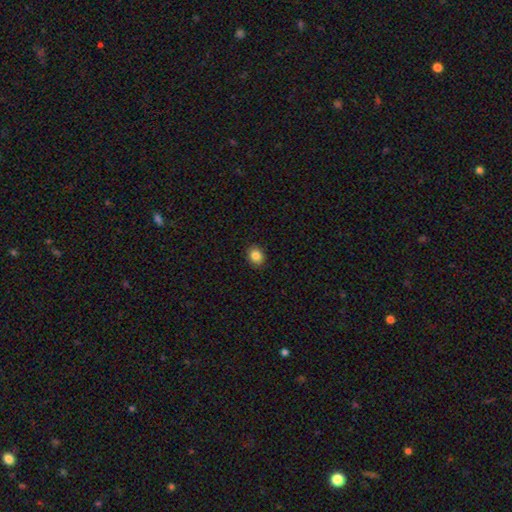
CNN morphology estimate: Overall: smooth (85%). How rounded: round (66%; in between 33%). Merging: none (91%).